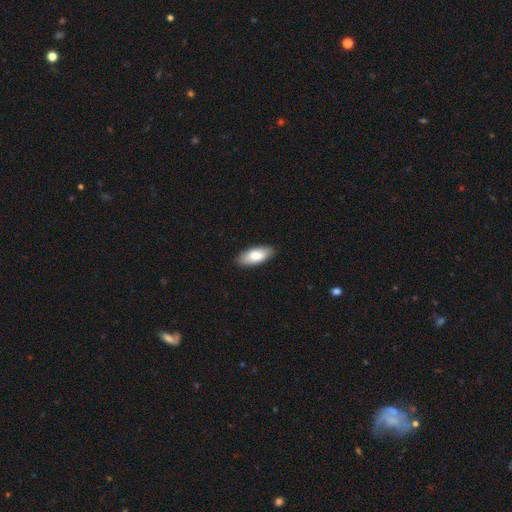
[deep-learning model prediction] The model was most divided on "smooth or featured": smooth: 83%, featured or disk: 12%, star or artifact: 5%. More confident: merging — none (88%); how rounded — in between (85%).